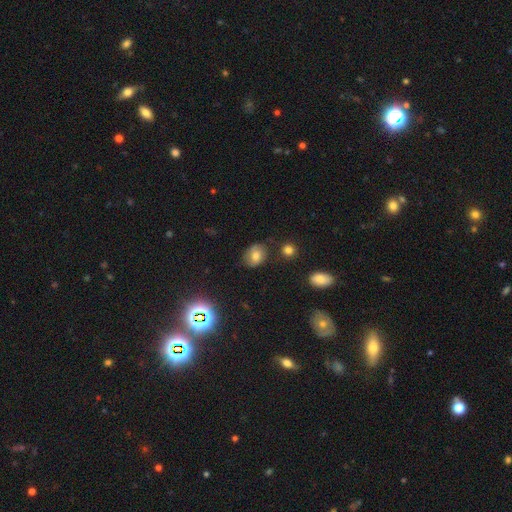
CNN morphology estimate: A smooth galaxy with no disk features (70%) that is in between round and cigar-shaped (59%).

Vote fractions:
- Smooth or featured? smooth: 70% / featured or disk: 17% / star or artifact: 13%
- How rounded? in between: 59% / round: 40% / cigar-shaped: 1%
- Merging? none: 70% / minor disturbance: 21% / major disturbance: 5% / merger: 3%